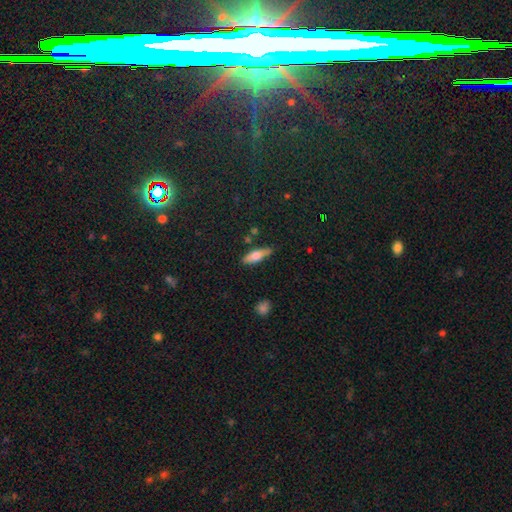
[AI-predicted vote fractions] This appears to be a smooth galaxy with no disk features (61%) that is in between round and cigar-shaped (51%). Merging: none (80%).